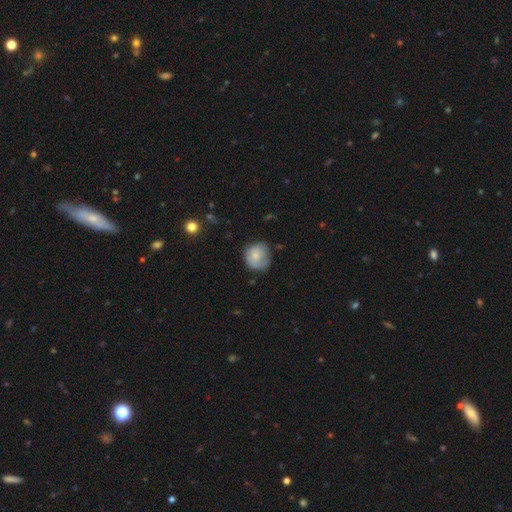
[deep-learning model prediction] This is likely a smooth galaxy (66%). How rounded: clearly round (80%). Merging: possibly none (59%).